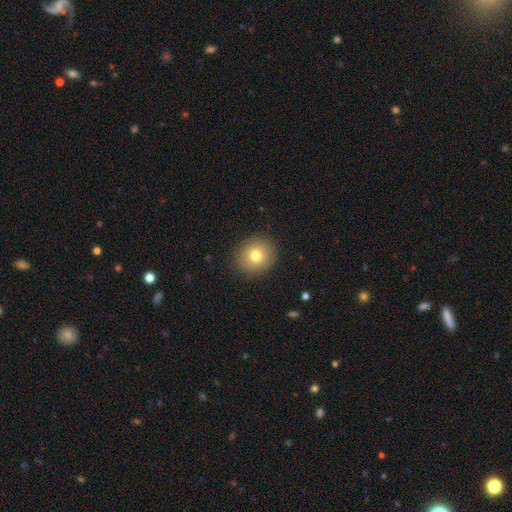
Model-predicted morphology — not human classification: Smooth or featured? smooth (77%)
How rounded? round (85%)
Merging? none (89%)